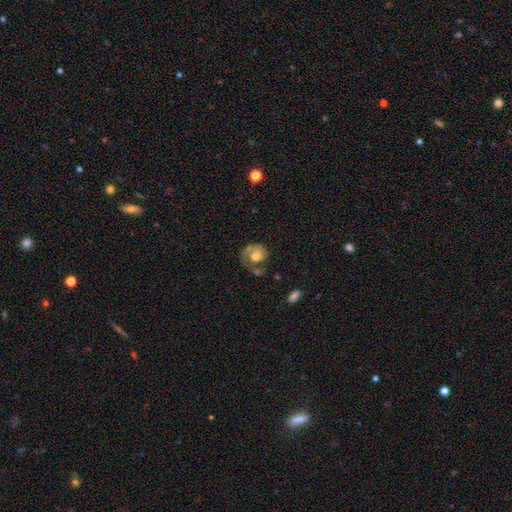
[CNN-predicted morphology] This appears to be a featured or disk galaxy (51%). Merging: none (40%).